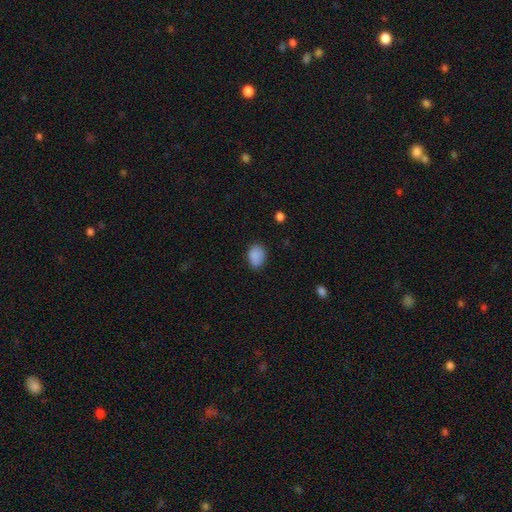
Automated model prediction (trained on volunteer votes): The model was most divided on "how rounded": in between: 70%, round: 29%, cigar-shaped: 1%. More confident: smooth or featured — smooth (87%); merging — none (75%).